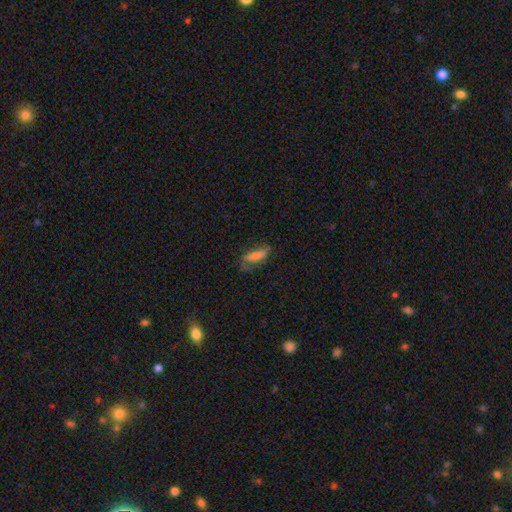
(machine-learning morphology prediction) smooth-or-featured: smooth: 66% | featured or disk: 26% | star or artifact: 8%
  how-rounded: in between: 59% | cigar-shaped: 39% | round: 3%
  merging: none: 53% | minor disturbance: 28% | major disturbance: 16% | merger: 3%